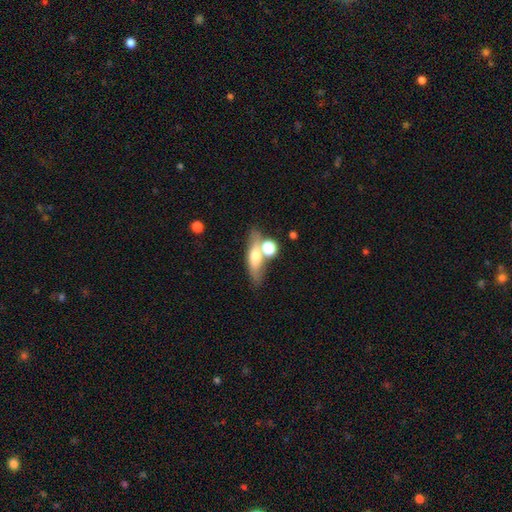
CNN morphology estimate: A smooth galaxy with no disk features (57%) that is in between round and cigar-shaped (46%).

Vote fractions:
- Smooth or featured? smooth: 57% / featured or disk: 34% / star or artifact: 9%
- How rounded? in between: 46% / cigar-shaped: 42% / round: 12%
- Merging? none: 56% / merger: 25% / minor disturbance: 13% / major disturbance: 6%